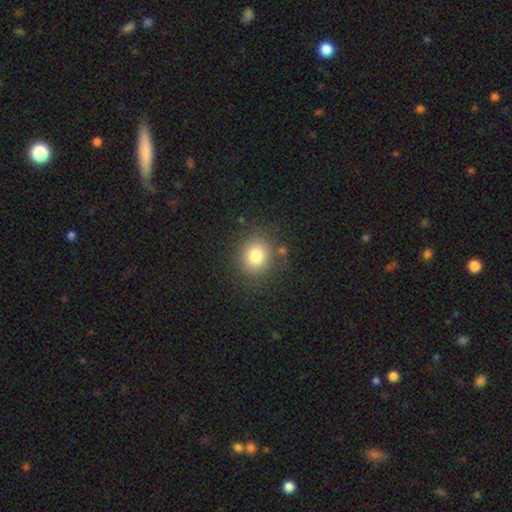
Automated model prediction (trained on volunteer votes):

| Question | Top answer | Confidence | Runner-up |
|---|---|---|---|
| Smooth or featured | smooth | 80% | star or artifact (12%) |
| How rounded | round | 80% | in between (19%) |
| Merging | none | 84% | minor disturbance (10%) |